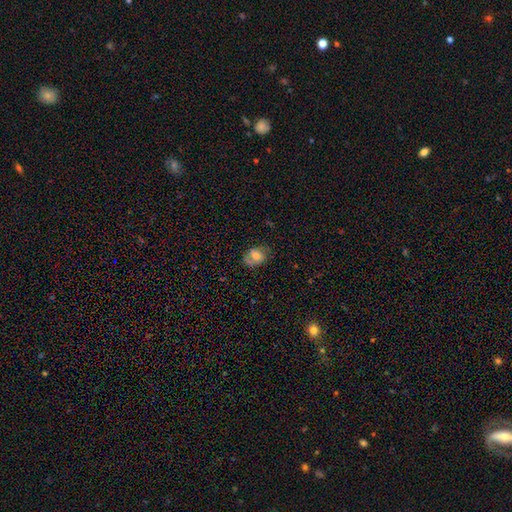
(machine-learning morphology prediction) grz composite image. It shows a smooth galaxy with no disk features (60%) that is in between round and cigar-shaped (67%). Merging: none (62%).